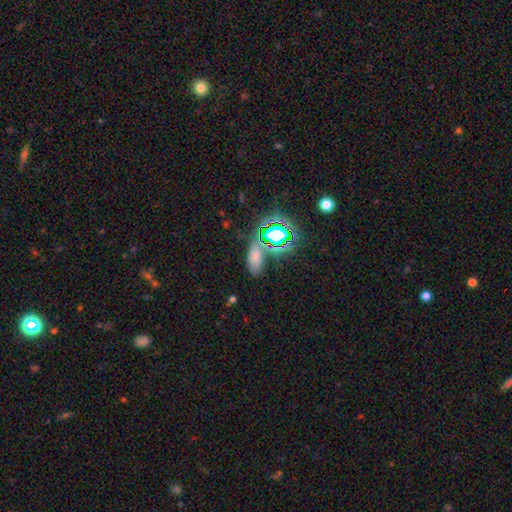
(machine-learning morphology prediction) A smooth galaxy with no disk features (55%) that is in between round and cigar-shaped (84%). Merging: none (66%).